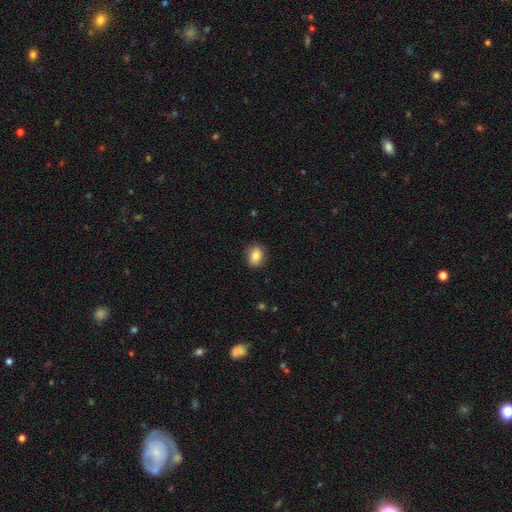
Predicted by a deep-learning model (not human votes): smooth-or-featured: smooth: 83% | featured or disk: 9% | star or artifact: 8%
  how-rounded: in between: 61% | round: 38% | cigar-shaped: 1%
  merging: none: 85% | minor disturbance: 11% | major disturbance: 2% | merger: 1%